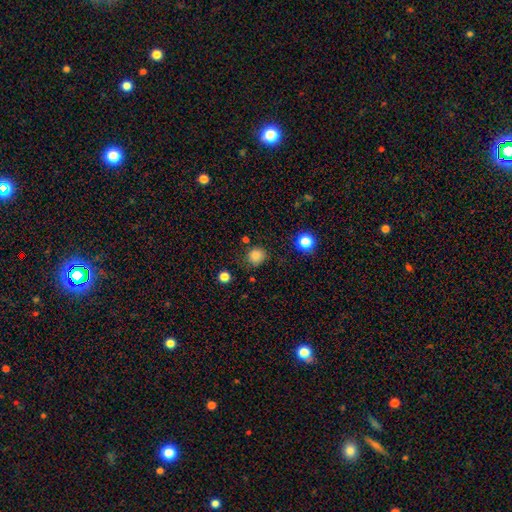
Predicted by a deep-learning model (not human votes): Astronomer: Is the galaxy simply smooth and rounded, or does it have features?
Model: smooth — 83%.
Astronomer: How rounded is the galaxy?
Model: round — 88%.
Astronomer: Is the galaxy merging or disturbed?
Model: none — 79%.